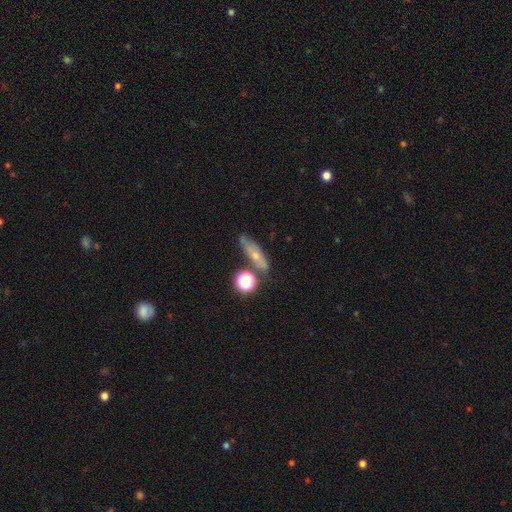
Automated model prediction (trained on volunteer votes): smooth-or-featured: smooth: 48% | featured or disk: 38% | star or artifact: 14%
  merging: none: 63% | minor disturbance: 19% | merger: 12% | major disturbance: 6%